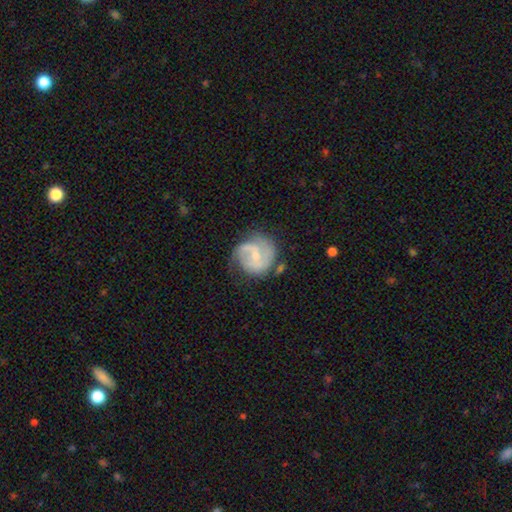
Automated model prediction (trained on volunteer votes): Morphology: type=featured or disk (74%); edge-on=no (98%); bar=weak (53%); spiral arms=yes (90%); winding=medium (46%); arm count=2 (67%); bulge=small (65%); merging=none (60%).